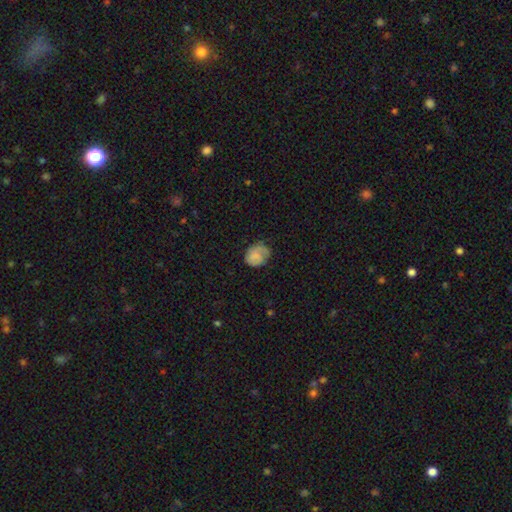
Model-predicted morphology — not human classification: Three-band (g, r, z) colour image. It shows a smooth galaxy with no disk features (66%) that is round (53%). Merging: none (52%).